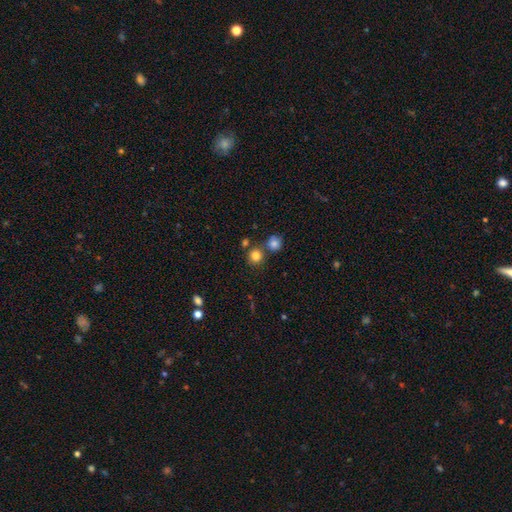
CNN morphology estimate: Overall: smooth (81%). How rounded: round (90%). Merging: none (71%).